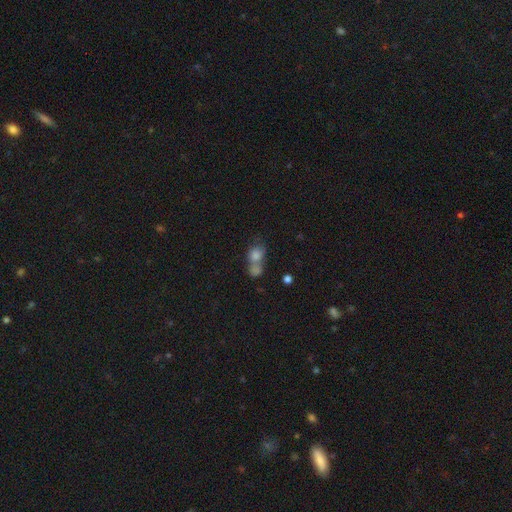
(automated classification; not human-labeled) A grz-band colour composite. It shows a smooth galaxy with no disk features (76%) that is round (62%). Merging: merger (61%).